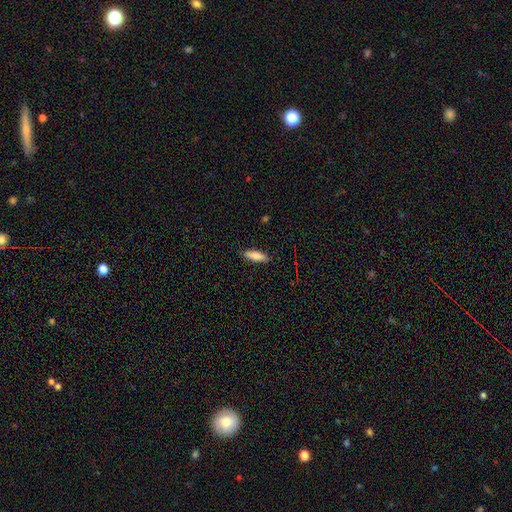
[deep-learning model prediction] Morphology: type=smooth (84%); roundness=cigar-shaped (52%); merging=none (88%).